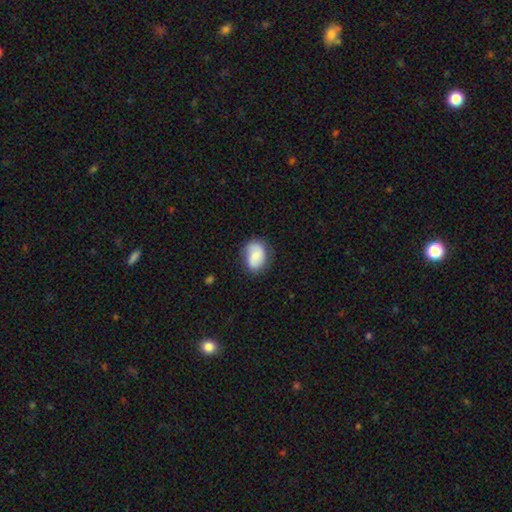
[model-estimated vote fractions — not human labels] Smooth or featured? smooth (62%)
How rounded? in between (74%)
Merging? none (69%)